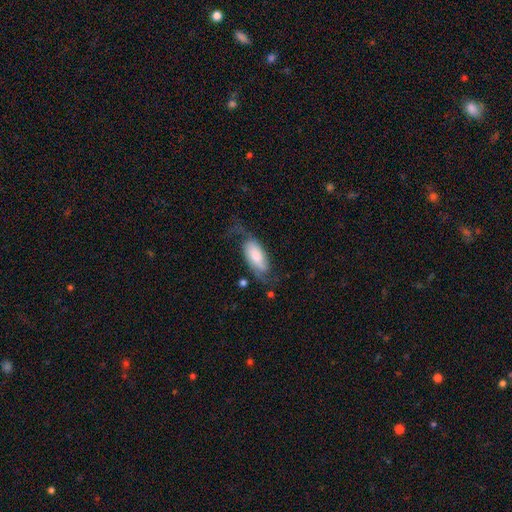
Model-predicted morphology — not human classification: This is possibly a featured or disk galaxy (51%). It is clearly not viewed edge-on (90%). Merging: possibly none (47%).